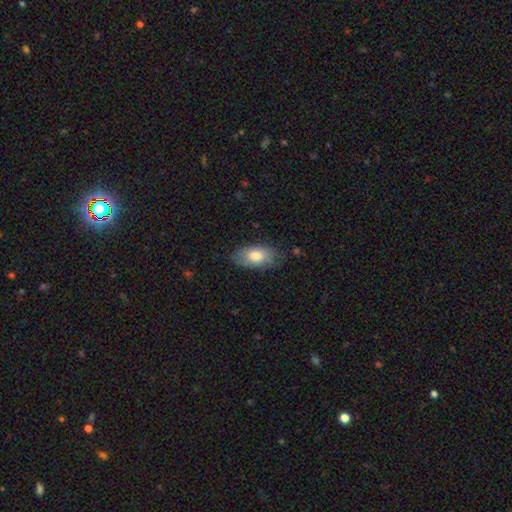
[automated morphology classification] This appears to be a smooth galaxy with no disk features (74%) that is in between round and cigar-shaped (93%). Merging: none (71%).